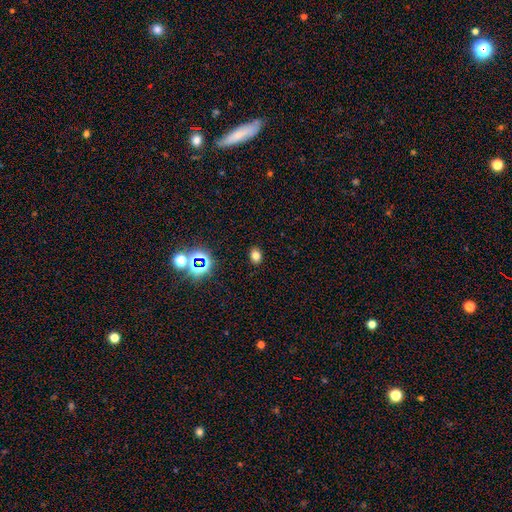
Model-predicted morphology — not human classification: Smooth or featured? smooth (74%)
How rounded? in between (62%)
Merging? none (89%)